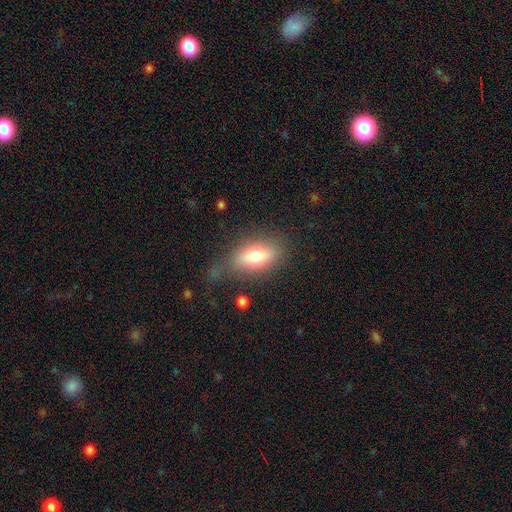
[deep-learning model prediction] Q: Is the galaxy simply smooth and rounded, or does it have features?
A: smooth — 72%.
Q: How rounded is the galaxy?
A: in between — 84%.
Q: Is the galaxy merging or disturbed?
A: none — 62%.